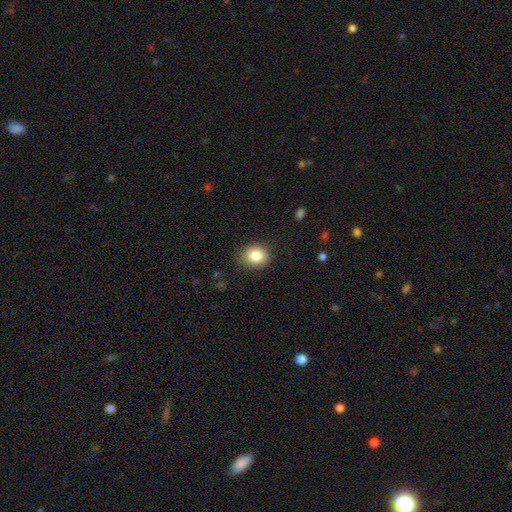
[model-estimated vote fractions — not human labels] This is clearly a smooth galaxy (85%). How rounded: possibly round (55%). Merging: clearly none (82%).